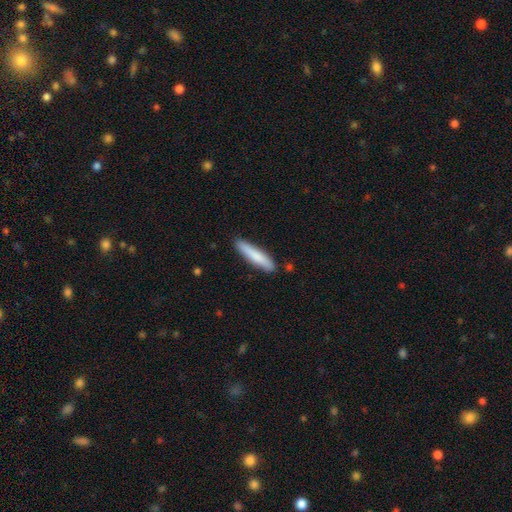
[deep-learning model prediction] Overall: smooth (79%). How rounded: cigar-shaped (89%). Merging: none (86%).